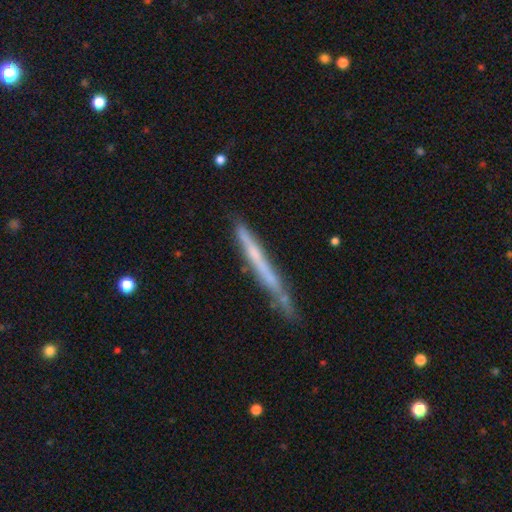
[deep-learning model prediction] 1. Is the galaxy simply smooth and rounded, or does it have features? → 52% featured or disk, 41% smooth, 7% star or artifact.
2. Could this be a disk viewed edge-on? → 94% yes, 6% no.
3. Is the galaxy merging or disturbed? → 69% none, 21% minor disturbance, 6% merger, 5% major disturbance.